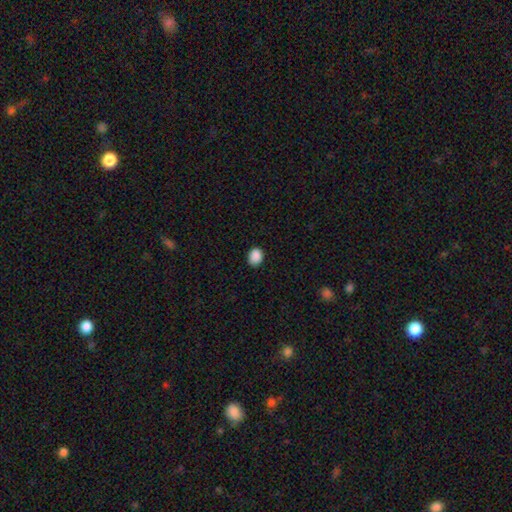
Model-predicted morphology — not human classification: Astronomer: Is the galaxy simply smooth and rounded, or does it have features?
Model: smooth — 88%.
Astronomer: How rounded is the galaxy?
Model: round — 53% (runner-up: in between, 46%).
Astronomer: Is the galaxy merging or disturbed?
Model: none — 84%.